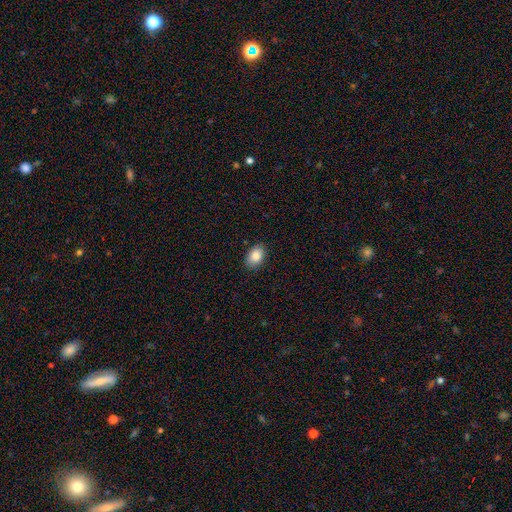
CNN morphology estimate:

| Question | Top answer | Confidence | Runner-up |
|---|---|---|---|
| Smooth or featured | smooth | 87% | star or artifact (8%) |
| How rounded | in between | 84% | round (15%) |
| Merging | none | 86% | minor disturbance (11%) |